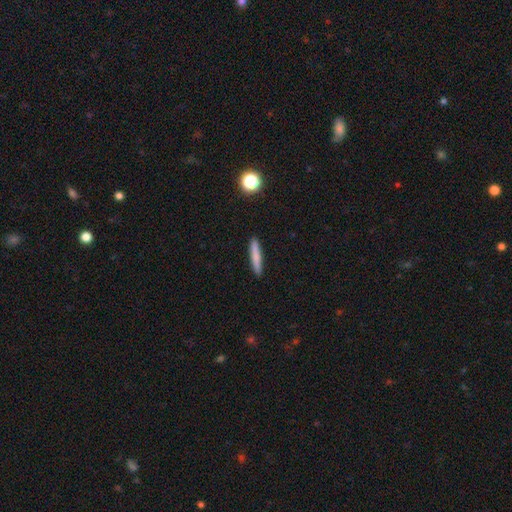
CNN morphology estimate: Overall: smooth (77%). How rounded: cigar-shaped (92%). Merging: none (91%).